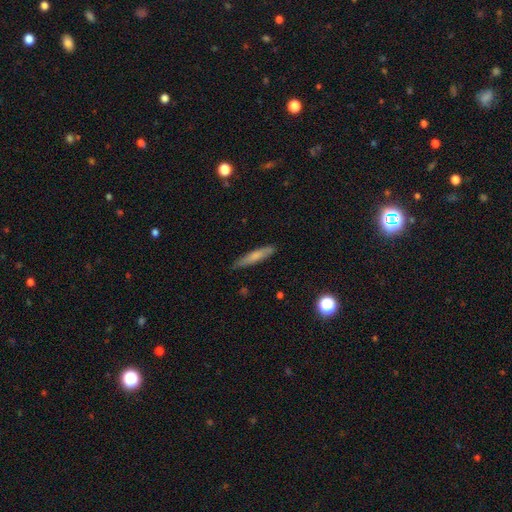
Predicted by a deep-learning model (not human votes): A smooth galaxy with no disk features (69%) that is cigar-shaped (89%).

Vote fractions:
- Smooth or featured? smooth: 69% / featured or disk: 24% / star or artifact: 7%
- How rounded? cigar-shaped: 89% / in between: 9% / round: 2%
- Merging? none: 84% / minor disturbance: 12% / major disturbance: 2% / merger: 1%